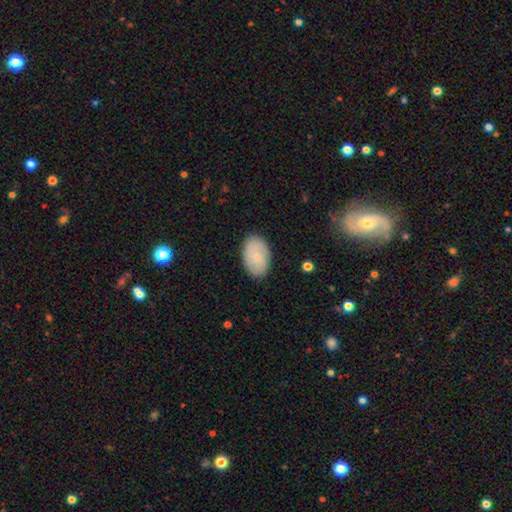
smooth_or_featured: smooth (p=0.81) [alt: featured or disk p=0.16]
how_rounded: in between (p=0.90) [alt: round p=0.07]
merging: none (p=0.83) [alt: major disturbance p=0.08]